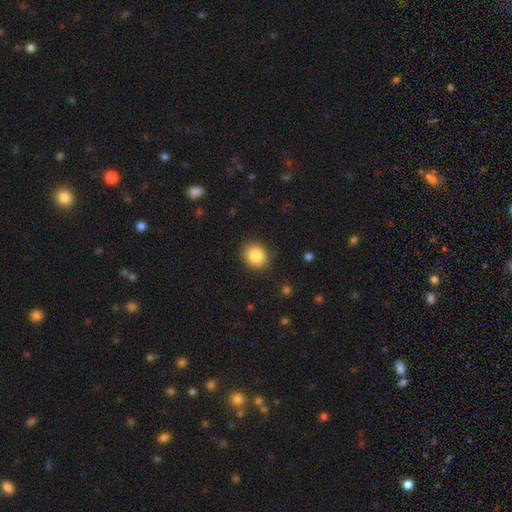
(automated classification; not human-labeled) This is clearly a smooth galaxy (86%). How rounded: likely round (67%). Merging: clearly none (87%).